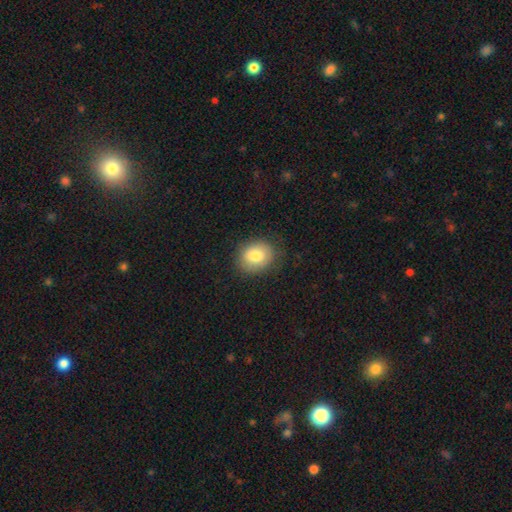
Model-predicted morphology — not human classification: This appears to be a smooth galaxy with no disk features (81%) that is round (57%). Merging: none (84%).